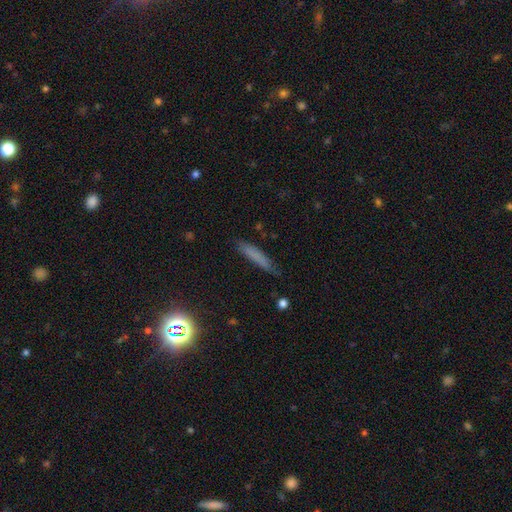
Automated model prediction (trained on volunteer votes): Overall: smooth (70%). How rounded: cigar-shaped (90%). Merging: none (78%).